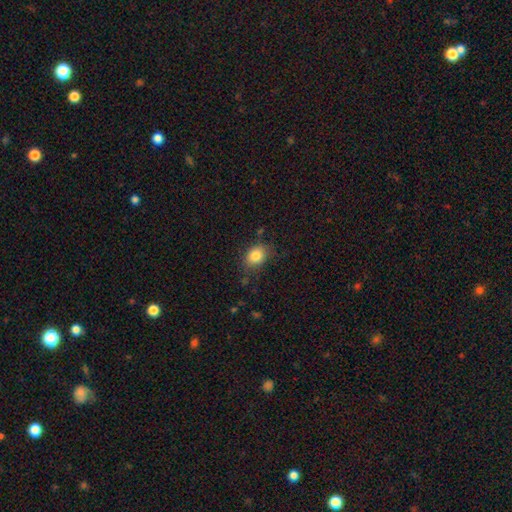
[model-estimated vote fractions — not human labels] Smooth or featured?
  - smooth: 84% *
  - star or artifact: 9%
  - featured or disk: 7%
How rounded?
  - in between: 62% *
  - round: 37%
  - cigar-shaped: 1%
Merging?
  - none: 76% *
  - minor disturbance: 17%
  - major disturbance: 4%
  - merger: 2%